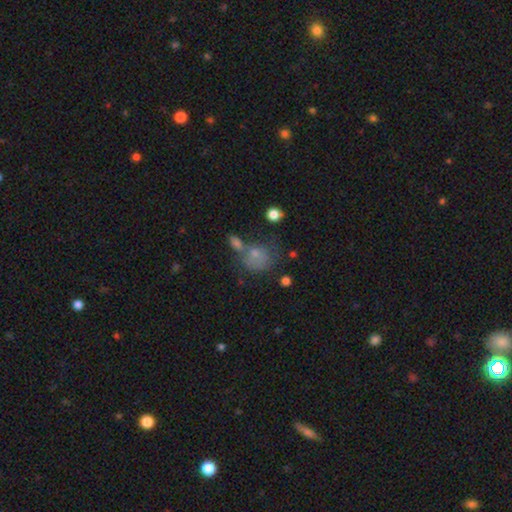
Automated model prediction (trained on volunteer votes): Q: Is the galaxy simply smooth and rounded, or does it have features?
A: smooth — 68%.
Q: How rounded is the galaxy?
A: round — 63%.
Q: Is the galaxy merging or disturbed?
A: none — 37%.